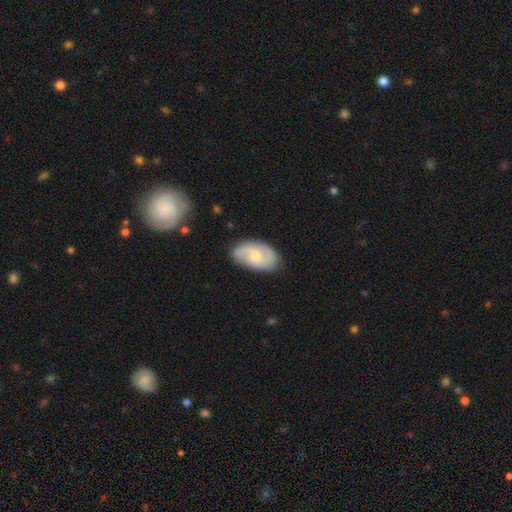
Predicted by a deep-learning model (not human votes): featured or disk 53%, smooth 41%, star or artifact 6%. Down the decision tree: edge-on disk — no (95%); bar — no (53%); spiral arms — yes (86%); bulge size — moderate (44%); merging — none (76%).